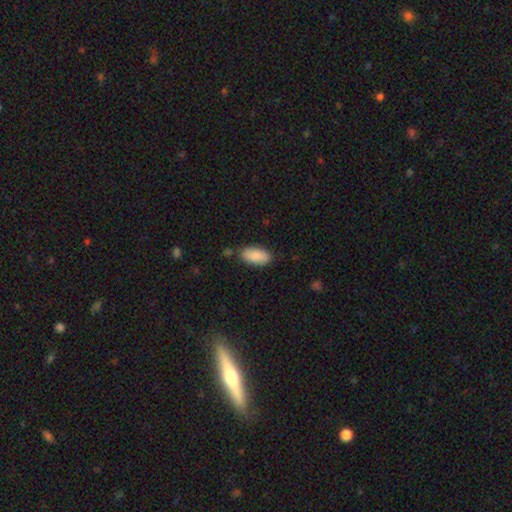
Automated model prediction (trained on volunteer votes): Q: Smooth or featured?
A: smooth (88%); runner-up: star or artifact (6%)
Q: How rounded?
A: in between (91%); runner-up: cigar-shaped (7%)
Q: Merging?
A: none (79%); runner-up: minor disturbance (15%)